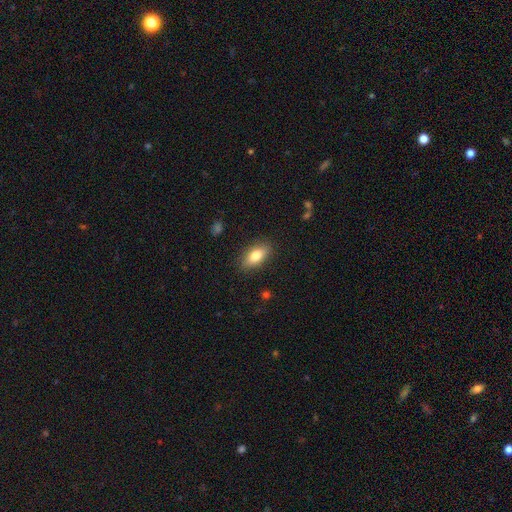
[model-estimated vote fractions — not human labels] Q: Smooth or featured?
A: smooth (80%); runner-up: featured or disk (13%)
Q: How rounded?
A: in between (87%); runner-up: cigar-shaped (8%)
Q: Merging?
A: none (86%); runner-up: minor disturbance (10%)